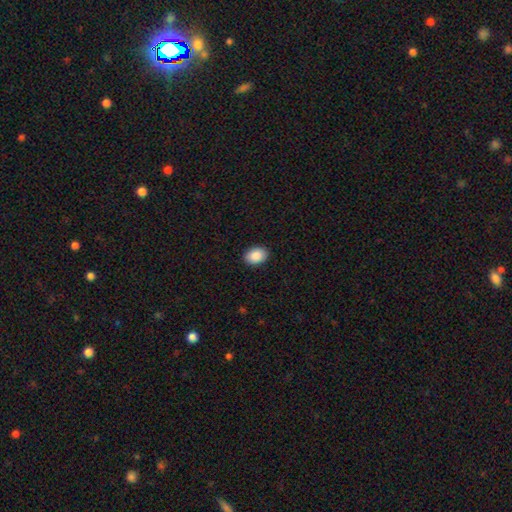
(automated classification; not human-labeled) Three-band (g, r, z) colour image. It shows a smooth galaxy with no disk features (90%) that is in between round and cigar-shaped (74%). Merging: none (91%).